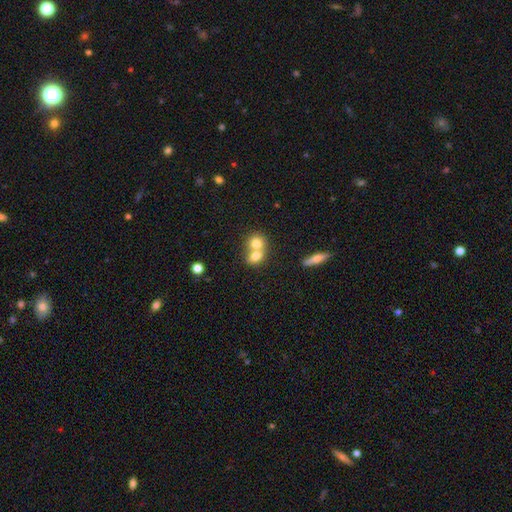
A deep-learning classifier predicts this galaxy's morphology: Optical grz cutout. It shows a smooth galaxy with no disk features (73%) that is round (59%). Merging: merger (68%).